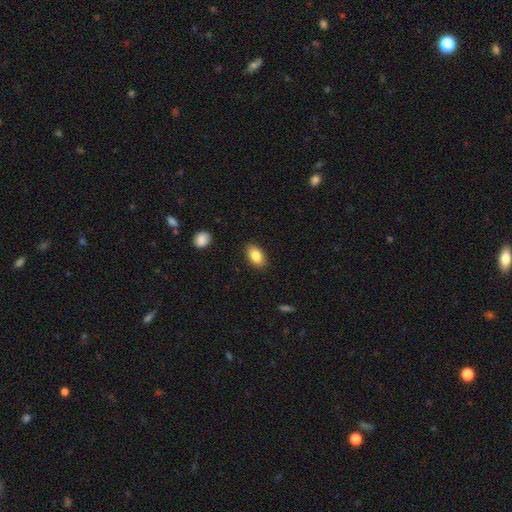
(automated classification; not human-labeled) smooth 84%, featured or disk 8%, star or artifact 7%. Down the decision tree: how rounded — in between (92%); merging — none (87%).